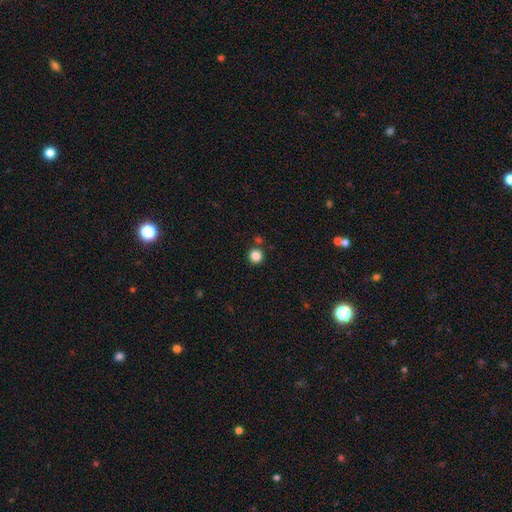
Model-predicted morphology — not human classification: Q: Smooth or featured?
A: smooth (85%); runner-up: star or artifact (11%)
Q: How rounded?
A: round (95%); runner-up: in between (5%)
Q: Merging?
A: none (85%); runner-up: merger (7%)